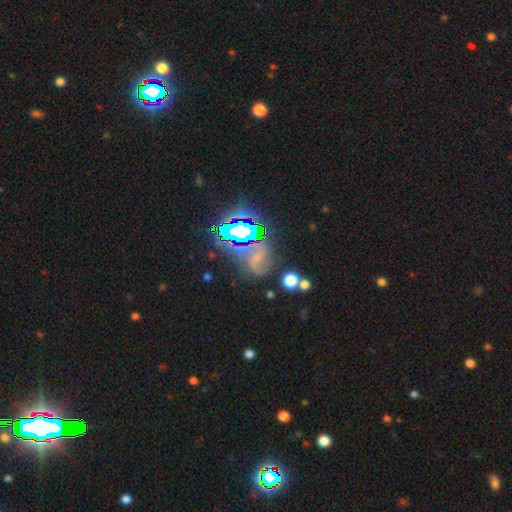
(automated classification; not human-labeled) Smooth or featured? Predicted: star or artifact (p=0.55).